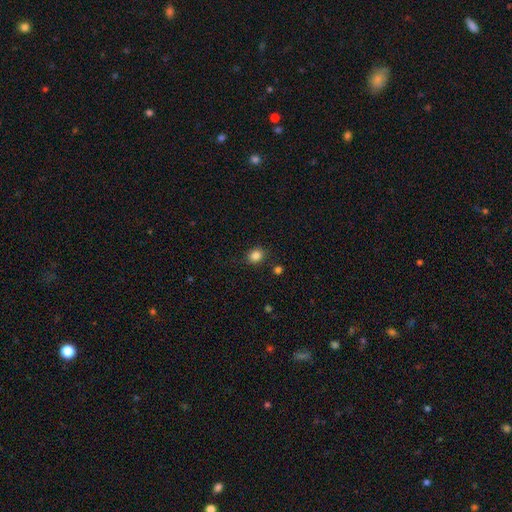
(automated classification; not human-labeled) smooth 85%, star or artifact 11%, featured or disk 4%. Down the decision tree: how rounded — round (65%); merging — none (85%).